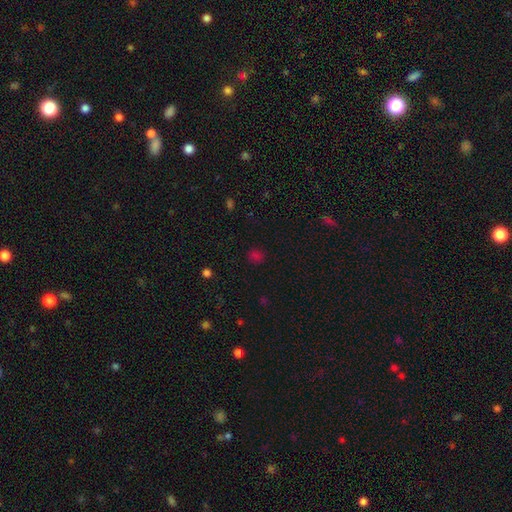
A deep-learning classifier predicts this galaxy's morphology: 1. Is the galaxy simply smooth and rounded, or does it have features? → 68% smooth, 27% star or artifact, 5% featured or disk.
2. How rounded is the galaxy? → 78% round, 21% in between, 1% cigar-shaped.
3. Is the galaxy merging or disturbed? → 83% none, 12% minor disturbance, 4% major disturbance, 2% merger.